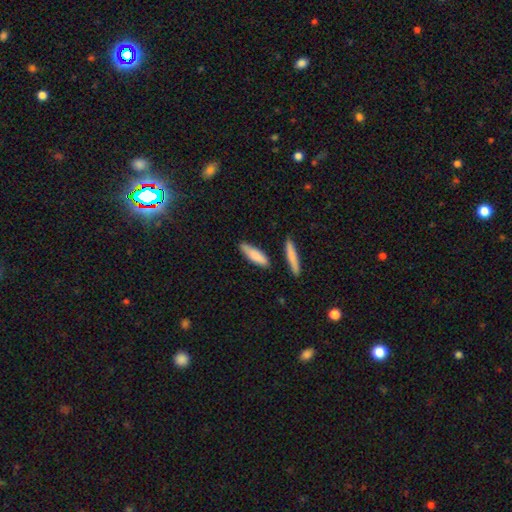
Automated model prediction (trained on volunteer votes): This is clearly a smooth galaxy (82%). How rounded: likely cigar-shaped (61%). Merging: likely none (77%).